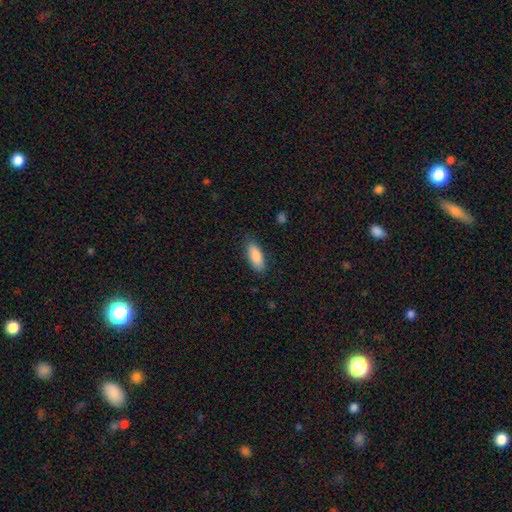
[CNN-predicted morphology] smooth 88%, star or artifact 6%, featured or disk 6%. Down the decision tree: how rounded — in between (76%); merging — none (84%).